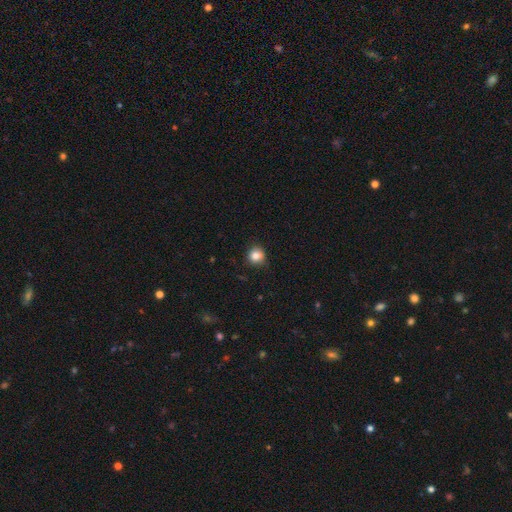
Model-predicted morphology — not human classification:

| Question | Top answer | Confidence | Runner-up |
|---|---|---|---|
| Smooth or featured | smooth | 84% | star or artifact (11%) |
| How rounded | round | 90% | in between (9%) |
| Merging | none | 83% | minor disturbance (13%) |